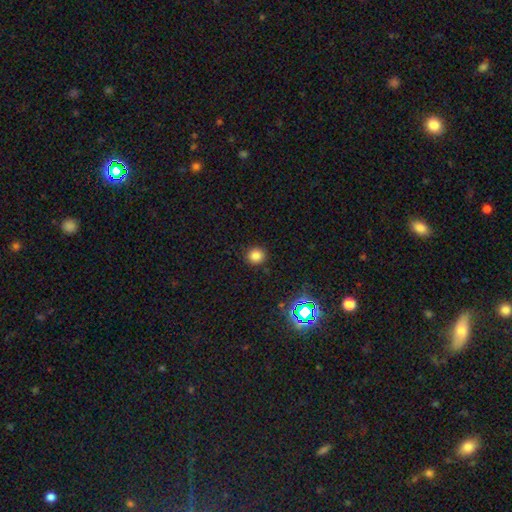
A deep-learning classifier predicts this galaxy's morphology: Smooth or featured? Predicted: smooth (p=0.80). How rounded? Predicted: round (p=0.90). Merging? Predicted: none (p=0.91).